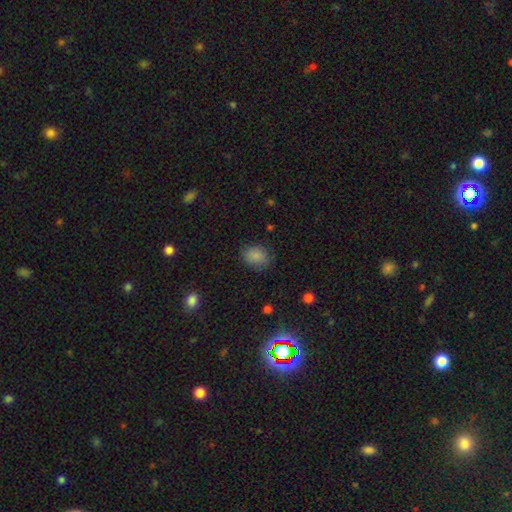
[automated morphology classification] Overall: smooth (82%). How rounded: round (56%; in between 43%). Merging: none (76%).